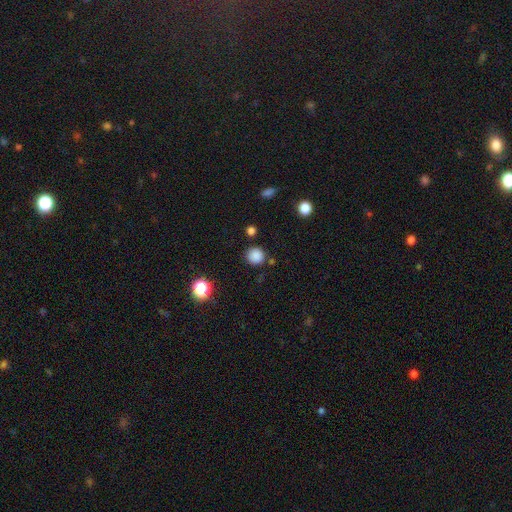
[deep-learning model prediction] This is clearly a smooth galaxy (84%). How rounded: clearly round (94%). Merging: clearly none (85%).